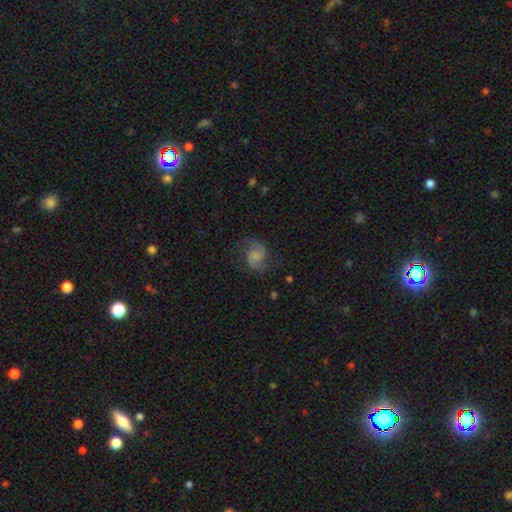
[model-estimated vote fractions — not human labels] A featured or disk galaxy (74%) with no bar (59%), 2 (92%) medium (52%) spiral arms (96%) and no central bulge (46%). Merging: none (74%).